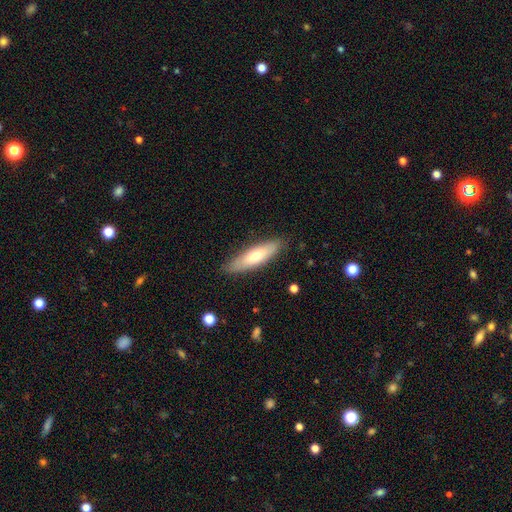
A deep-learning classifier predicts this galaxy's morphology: This is likely a smooth galaxy (63%). How rounded: likely cigar-shaped (62%). Merging: clearly none (84%).